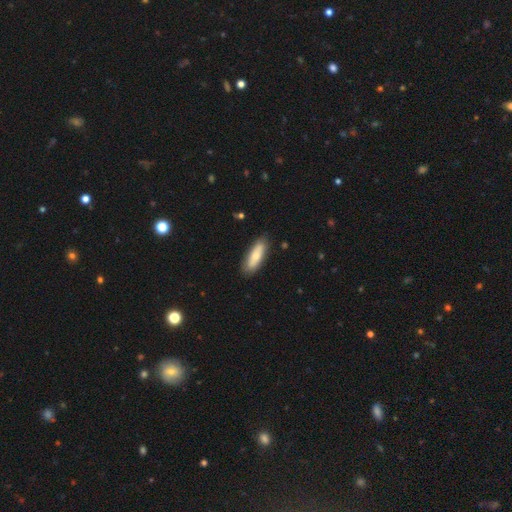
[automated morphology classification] Smooth or featured? smooth (69%)
How rounded? in between (53%)
Merging? none (85%)